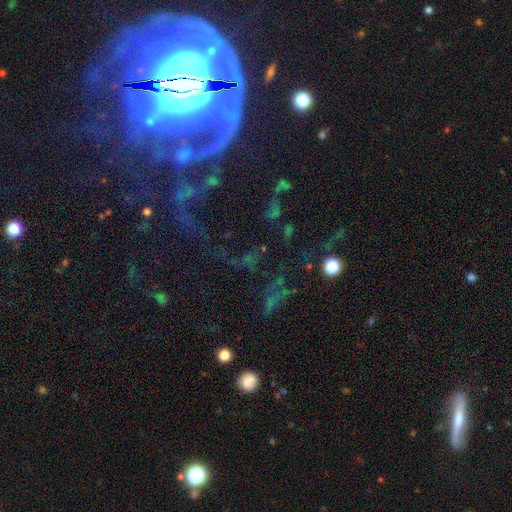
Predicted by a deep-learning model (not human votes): Smooth or featured?
  - star or artifact: 44% *
  - featured or disk: 43%
  - smooth: 13%